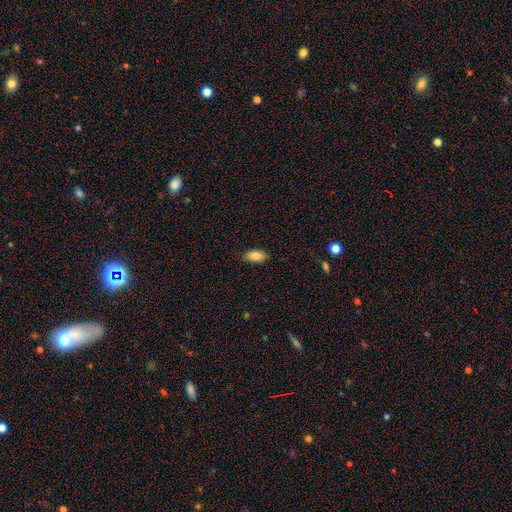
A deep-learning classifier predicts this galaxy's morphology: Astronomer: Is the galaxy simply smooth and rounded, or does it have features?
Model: smooth — 83%.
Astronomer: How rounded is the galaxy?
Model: in between — 91%.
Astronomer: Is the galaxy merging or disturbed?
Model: none — 85%.